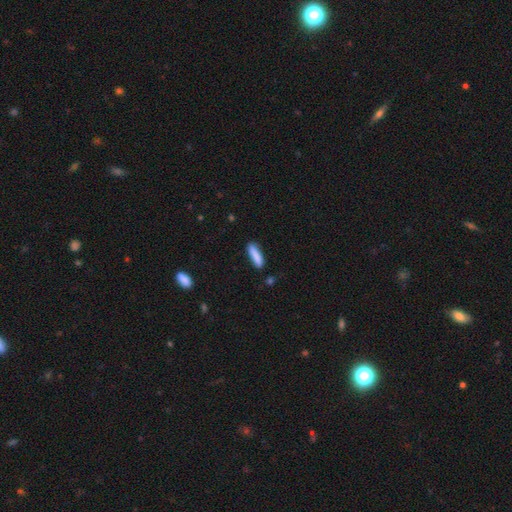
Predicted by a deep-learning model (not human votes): smooth 87%, featured or disk 7%, star or artifact 6%. Down the decision tree: how rounded — cigar-shaped (75%); merging — none (83%).